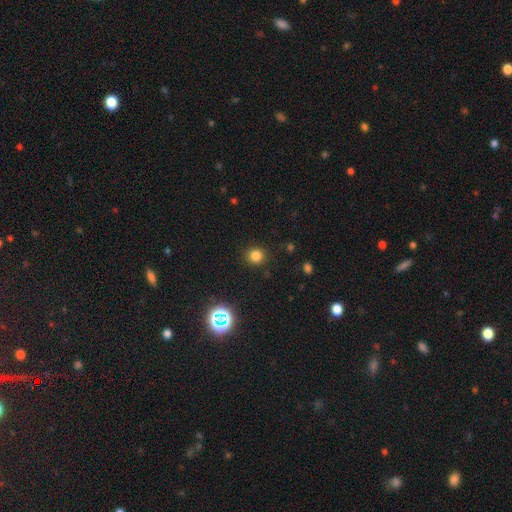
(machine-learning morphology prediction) Smooth or featured?
  - smooth: 79% *
  - star or artifact: 16%
  - featured or disk: 5%
How rounded?
  - round: 90% *
  - in between: 10%
  - cigar-shaped: 1%
Merging?
  - none: 90% *
  - minor disturbance: 7%
  - major disturbance: 3%
  - merger: 1%